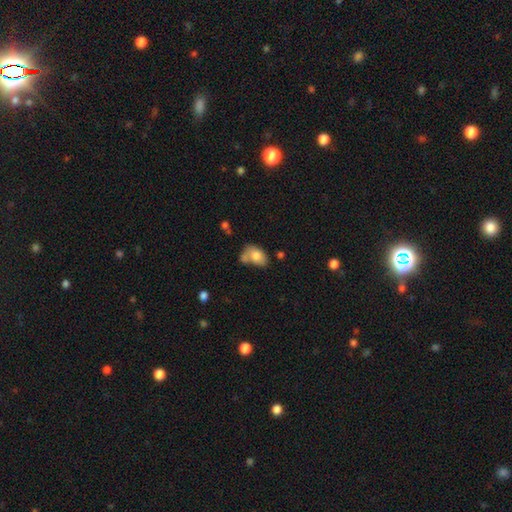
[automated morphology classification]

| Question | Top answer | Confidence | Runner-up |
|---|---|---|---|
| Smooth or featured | smooth | 78% | featured or disk (14%) |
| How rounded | in between | 84% | round (15%) |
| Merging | none | 35% | merger (34%) |